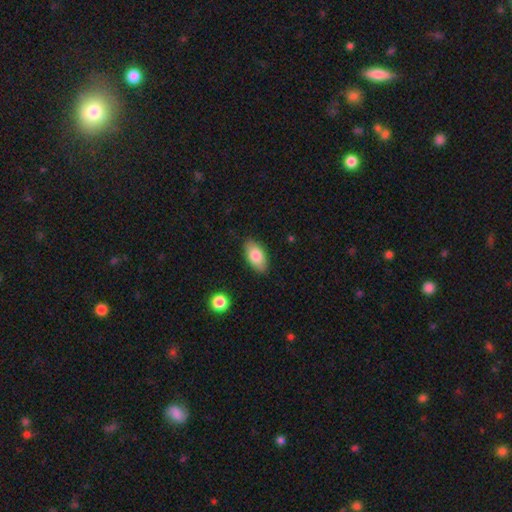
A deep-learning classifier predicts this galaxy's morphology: This appears to be a smooth galaxy with no disk features (80%) that is in between round and cigar-shaped (93%). Merging: none (85%).